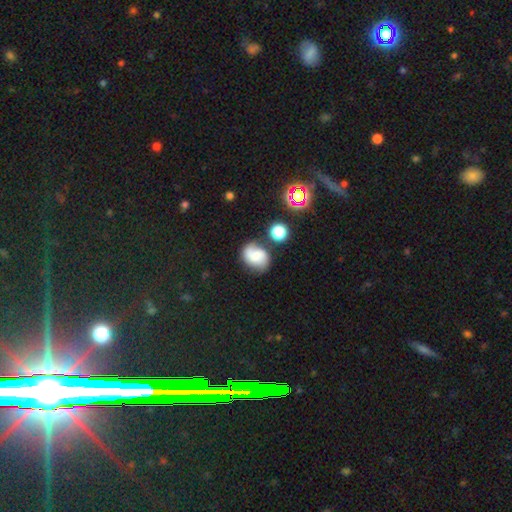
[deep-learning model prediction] smooth_or_featured: featured or disk (p=0.45) [alt: smooth p=0.43]
merging: none (p=0.60) [alt: minor disturbance p=0.21]